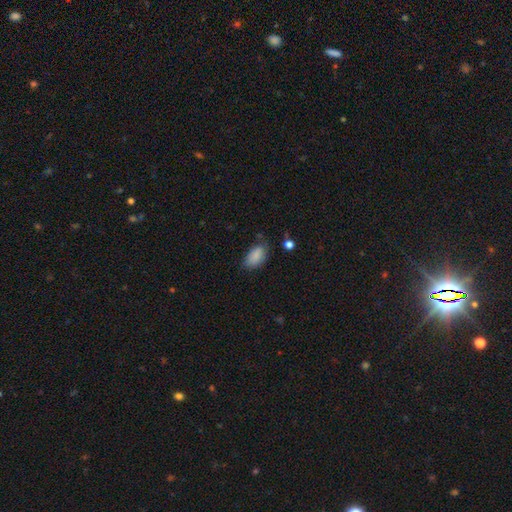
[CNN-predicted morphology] Smooth or featured: smooth — 87% (star or artifact — 8%)
How rounded: in between — 92% (round — 5%)
Merging: none — 67% (minor disturbance — 25%)